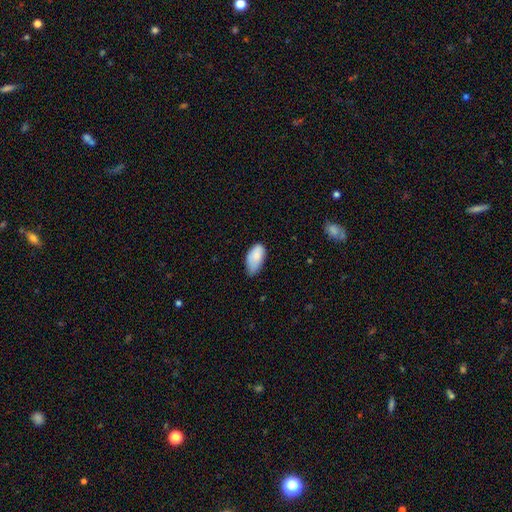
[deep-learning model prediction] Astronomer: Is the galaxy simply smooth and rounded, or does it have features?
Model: smooth — 83%.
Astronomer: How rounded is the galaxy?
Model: in between — 94%.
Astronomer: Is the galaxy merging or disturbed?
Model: minor disturbance — 45%, tied with none at 45%.